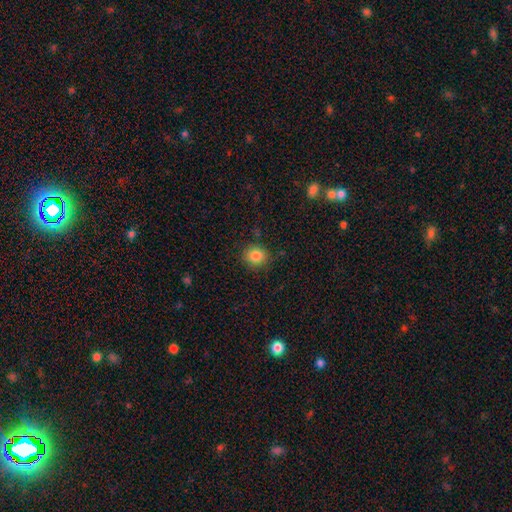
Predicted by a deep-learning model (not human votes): Smooth or featured: smooth — 84% (star or artifact — 11%)
How rounded: round — 87% (in between — 12%)
Merging: none — 86% (minor disturbance — 10%)